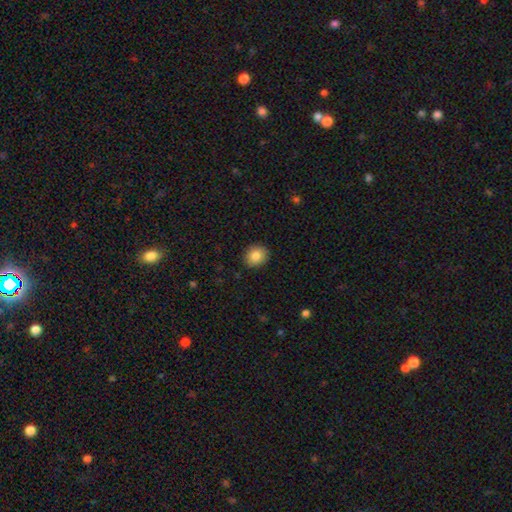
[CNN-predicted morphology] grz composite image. It shows a smooth galaxy with no disk features (85%) that is round (72%). Merging: none (90%).